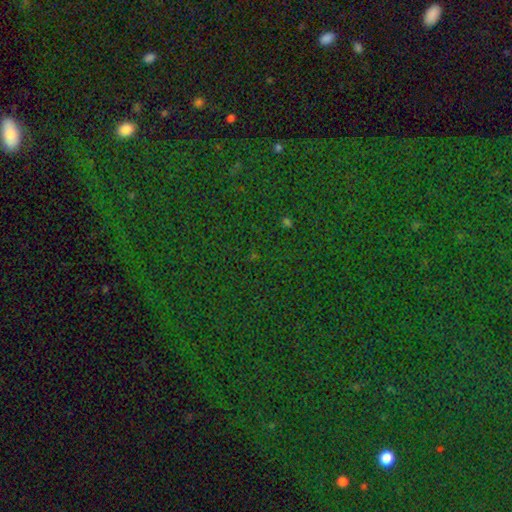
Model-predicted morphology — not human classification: The model was most divided on "smooth or featured": star or artifact: 82%, smooth: 10%, featured or disk: 8%.